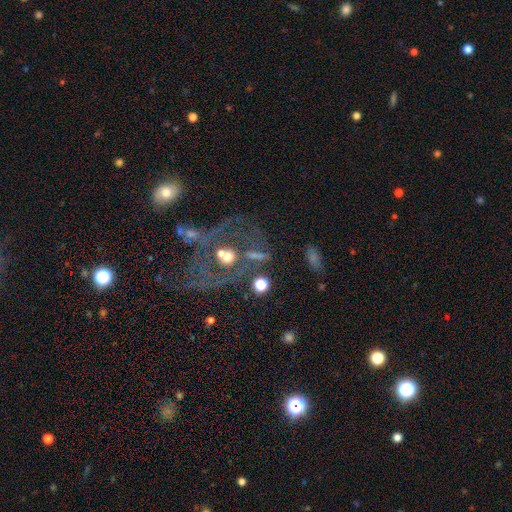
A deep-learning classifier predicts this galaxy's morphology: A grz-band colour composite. It shows a featured or disk galaxy (51%). Merging: none (43%).